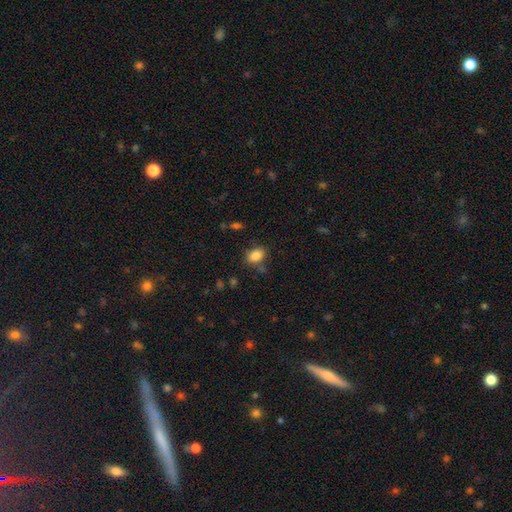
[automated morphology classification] type=smooth (85%); roundness=in between (79%); merging=none (77%).